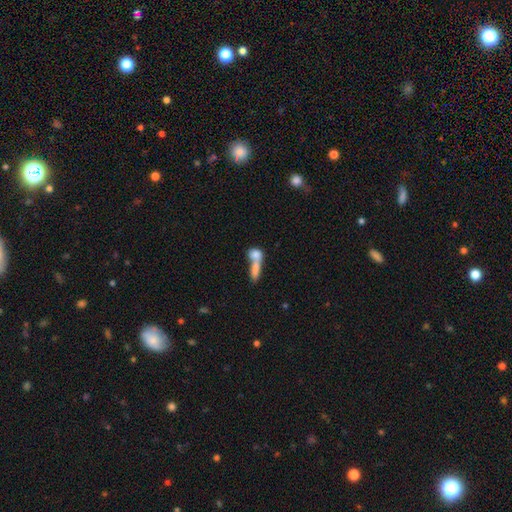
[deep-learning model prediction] A smooth galaxy with no disk features (74%) that is in between round and cigar-shaped (49%).

Vote fractions:
- Smooth or featured? smooth: 74% / featured or disk: 17% / star or artifact: 8%
- How rounded? in between: 49% / cigar-shaped: 28% / round: 23%
- Merging? merger: 67% / none: 20% / minor disturbance: 6% / major disturbance: 6%